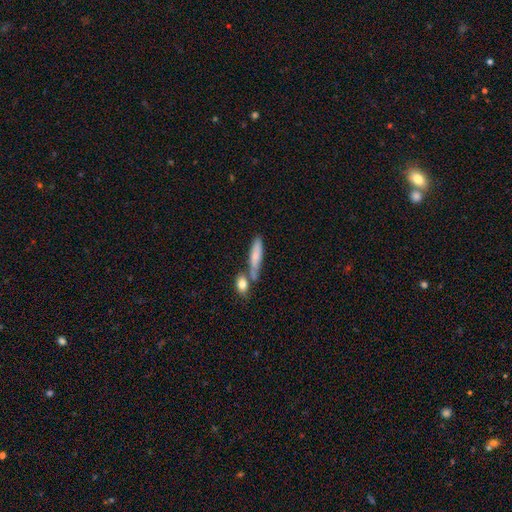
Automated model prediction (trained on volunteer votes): Overall: smooth (74%). How rounded: cigar-shaped (70%). Merging: none (53%; merger 27%).